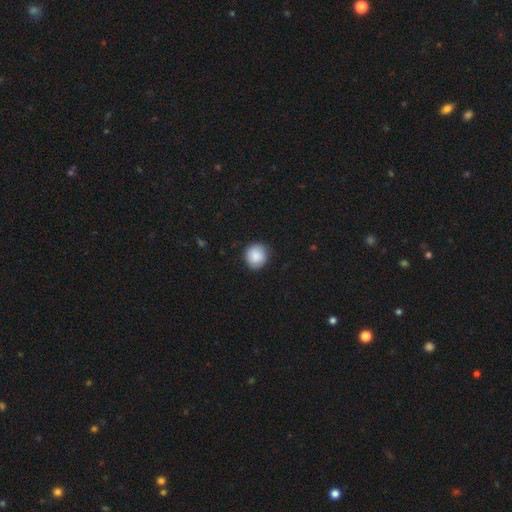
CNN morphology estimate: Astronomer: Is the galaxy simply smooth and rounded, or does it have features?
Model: smooth — 87%.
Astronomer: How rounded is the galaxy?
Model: round — 90%.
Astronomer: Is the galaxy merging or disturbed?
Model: none — 87%.